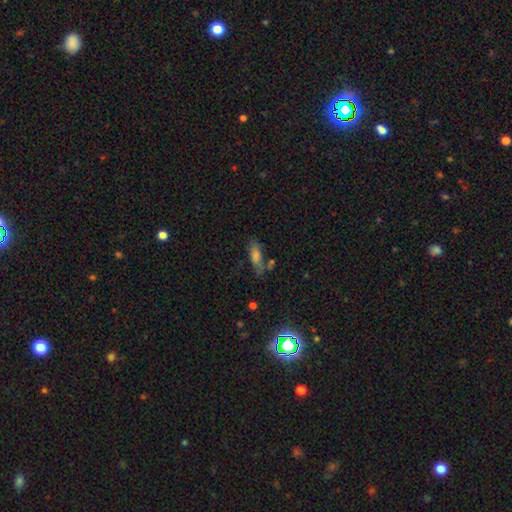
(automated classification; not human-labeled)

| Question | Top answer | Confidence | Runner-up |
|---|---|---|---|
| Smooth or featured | smooth | 57% | star or artifact (23%) |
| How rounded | in between | 59% | cigar-shaped (35%) |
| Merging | none | 57% | minor disturbance (21%) |